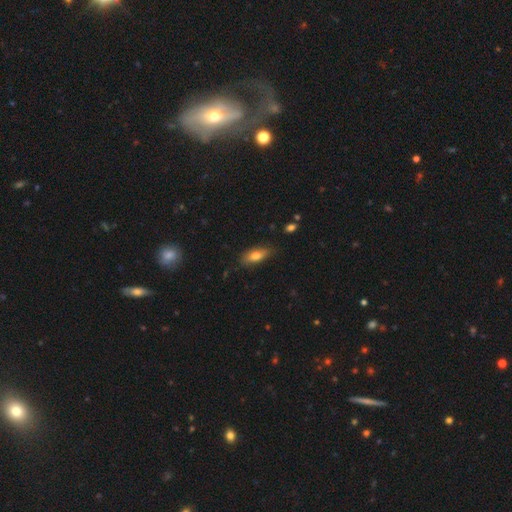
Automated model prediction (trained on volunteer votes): smooth-or-featured: smooth: 75% | featured or disk: 18% | star or artifact: 7%
  how-rounded: in between: 75% | cigar-shaped: 22% | round: 3%
  merging: none: 79% | minor disturbance: 16% | major disturbance: 3% | merger: 1%